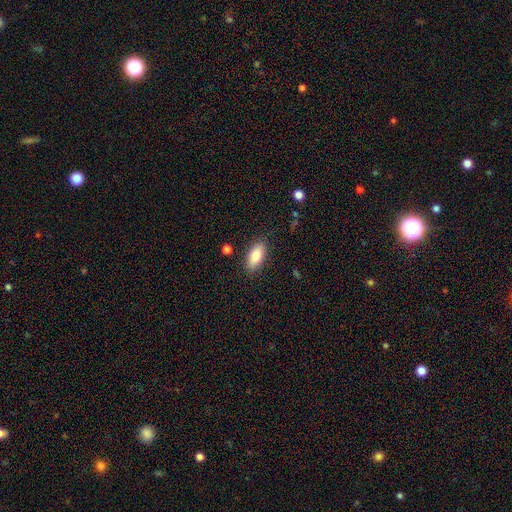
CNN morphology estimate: A smooth galaxy with no disk features (82%) that is in between round and cigar-shaped (87%). Merging: none (86%).